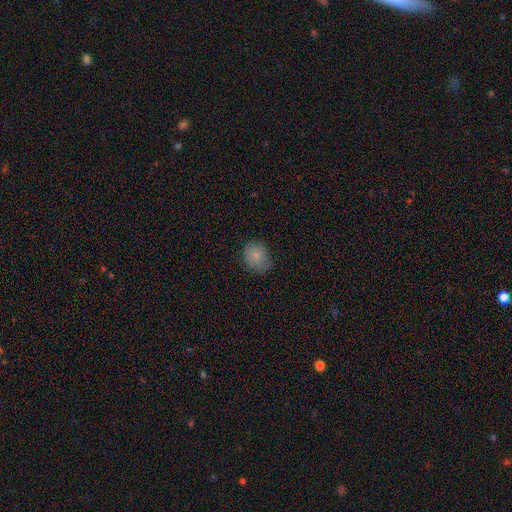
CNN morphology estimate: A smooth galaxy with no disk features (79%) that is round (57%). Merging: none (64%).